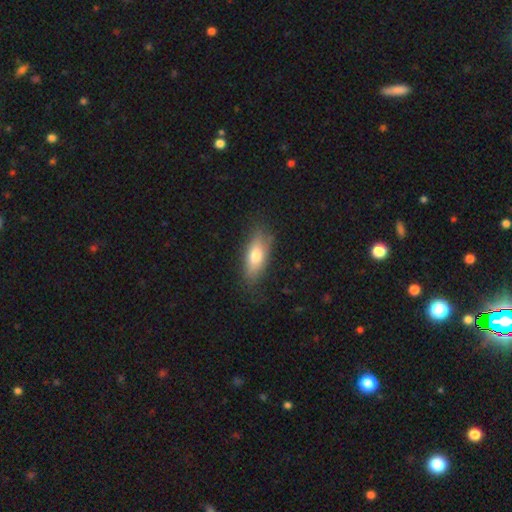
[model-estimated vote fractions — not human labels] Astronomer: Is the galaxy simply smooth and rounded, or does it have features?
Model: smooth — 72%.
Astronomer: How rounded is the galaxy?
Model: in between — 75%.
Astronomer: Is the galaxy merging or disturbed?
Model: none — 78%.